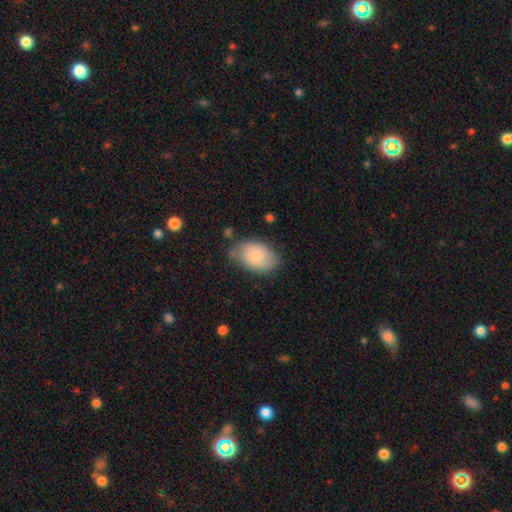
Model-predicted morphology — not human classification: smooth-or-featured: smooth: 78% | featured or disk: 16% | star or artifact: 6%
  how-rounded: in between: 89% | round: 10% | cigar-shaped: 1%
  merging: none: 65% | minor disturbance: 26% | major disturbance: 6% | merger: 3%